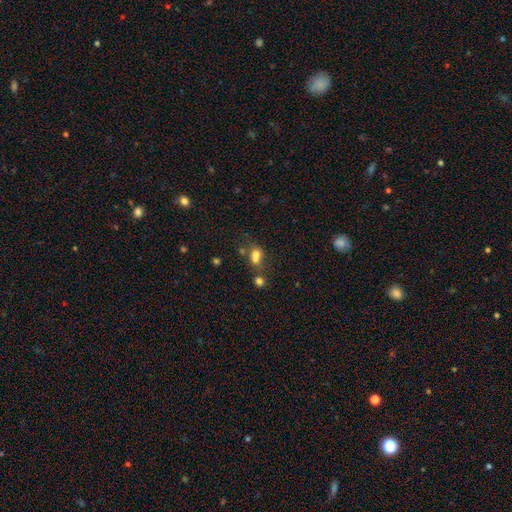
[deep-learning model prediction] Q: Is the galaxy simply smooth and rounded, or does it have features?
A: smooth — 71%.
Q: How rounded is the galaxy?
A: round — 55%.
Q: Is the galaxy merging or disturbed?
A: merger — 53%.